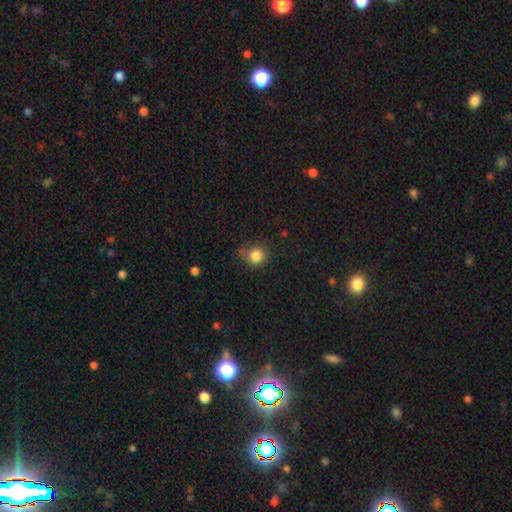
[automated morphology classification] Smooth or featured? Predicted: smooth (p=0.84). How rounded? Predicted: round (p=0.86). Merging? Predicted: none (p=0.70).